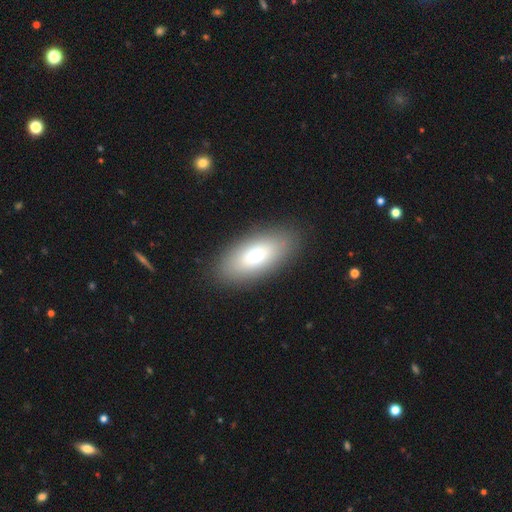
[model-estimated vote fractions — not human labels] smooth 69%, featured or disk 23%, star or artifact 9%. Down the decision tree: how rounded — in between (87%); merging — none (88%).